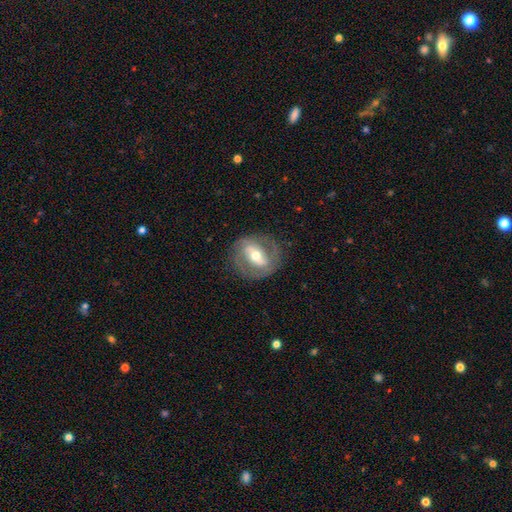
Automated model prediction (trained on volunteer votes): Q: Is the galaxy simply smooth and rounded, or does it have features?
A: featured or disk — 73%.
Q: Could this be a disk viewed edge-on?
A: no — 92%.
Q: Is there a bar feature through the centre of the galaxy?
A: strong — 51%.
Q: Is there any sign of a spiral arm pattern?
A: yes — 69%.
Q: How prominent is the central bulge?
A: moderate — 66%.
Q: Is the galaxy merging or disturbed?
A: none — 79%.